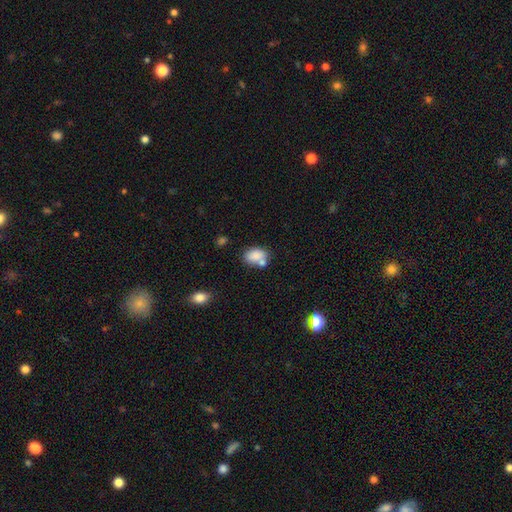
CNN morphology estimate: type=smooth (83%); roundness=in between (81%); merging=none (53%).